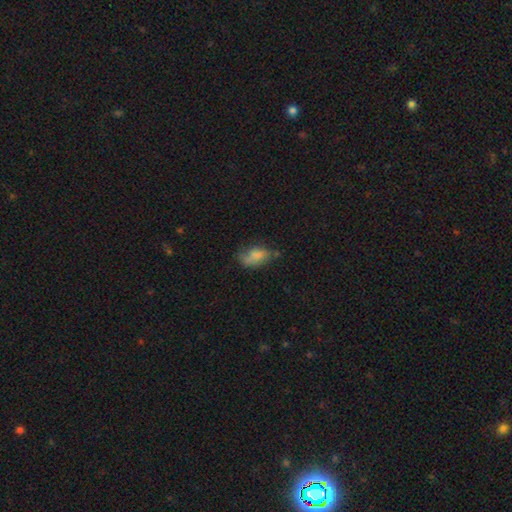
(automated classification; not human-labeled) Morphology: type=smooth (68%); roundness=in between (89%); merging=none (41%).